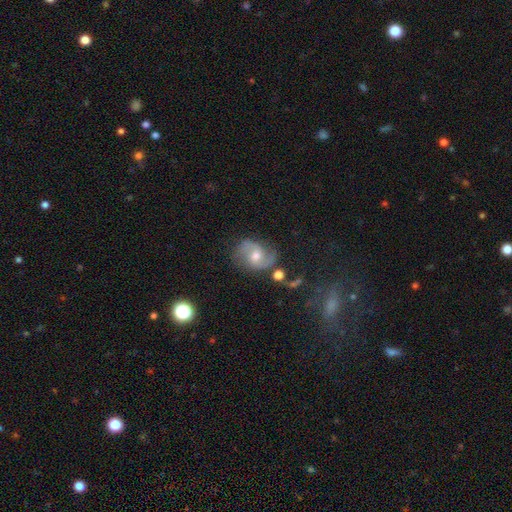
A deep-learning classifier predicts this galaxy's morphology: A featured or disk galaxy (74%) with no bar (49%), 2 (86%) medium (47%) spiral arms (93%) and a moderate central bulge (63%). Merging: none (68%).